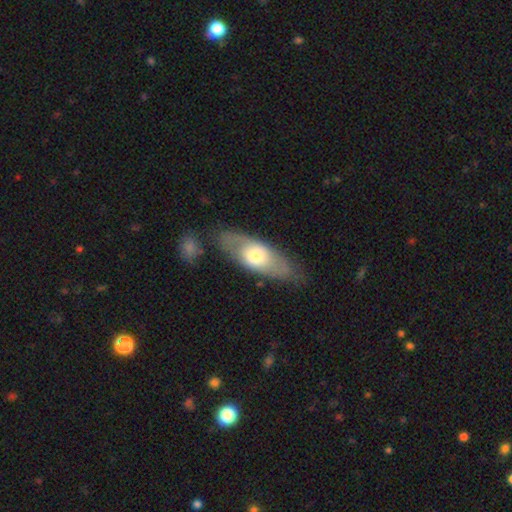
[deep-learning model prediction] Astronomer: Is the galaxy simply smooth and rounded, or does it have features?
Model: smooth — 51% (runner-up: featured or disk, 43%).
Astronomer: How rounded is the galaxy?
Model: in between — 75%.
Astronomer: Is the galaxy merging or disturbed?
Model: none — 73%.